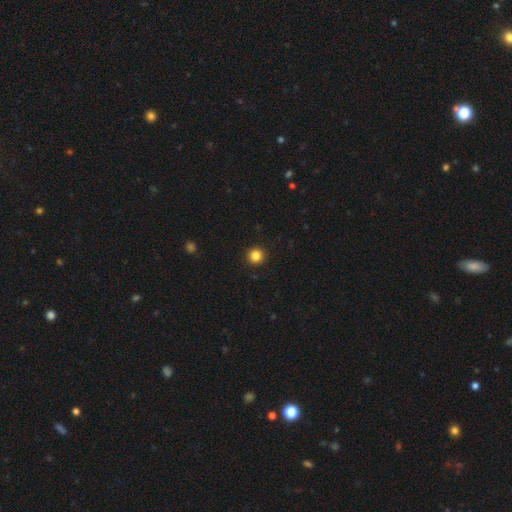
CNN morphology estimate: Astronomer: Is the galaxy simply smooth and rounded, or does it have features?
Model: smooth — 84%.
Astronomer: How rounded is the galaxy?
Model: round — 96%.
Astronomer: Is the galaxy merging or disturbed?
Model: none — 93%.